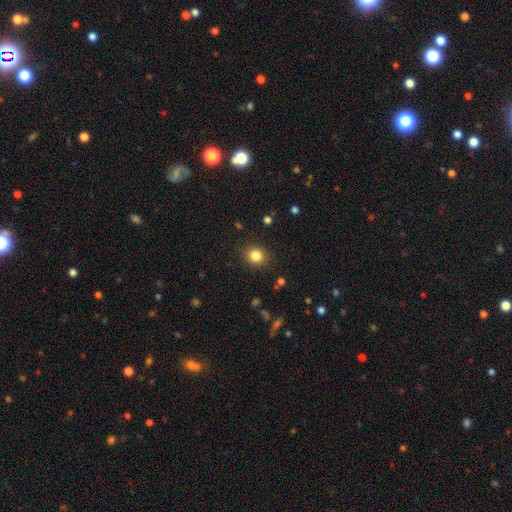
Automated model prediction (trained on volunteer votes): A smooth galaxy with no disk features (83%) that is round (76%).

Vote fractions:
- Smooth or featured? smooth: 83% / star or artifact: 11% / featured or disk: 5%
- How rounded? round: 76% / in between: 23% / cigar-shaped: 1%
- Merging? none: 88% / minor disturbance: 8% / major disturbance: 3% / merger: 1%